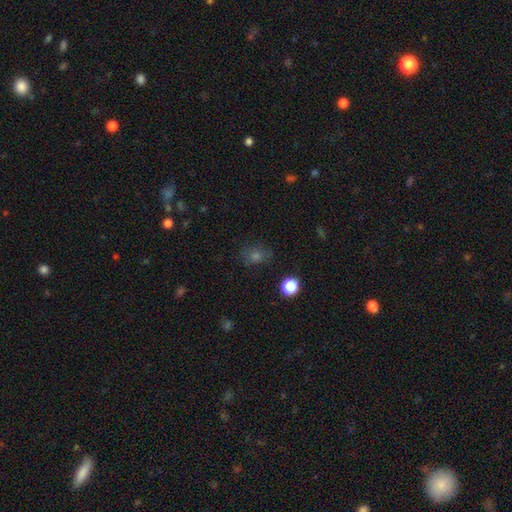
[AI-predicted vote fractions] Smooth or featured? Predicted: smooth (p=0.57). How rounded? Predicted: round (p=0.62). Merging? Predicted: none (p=0.78).